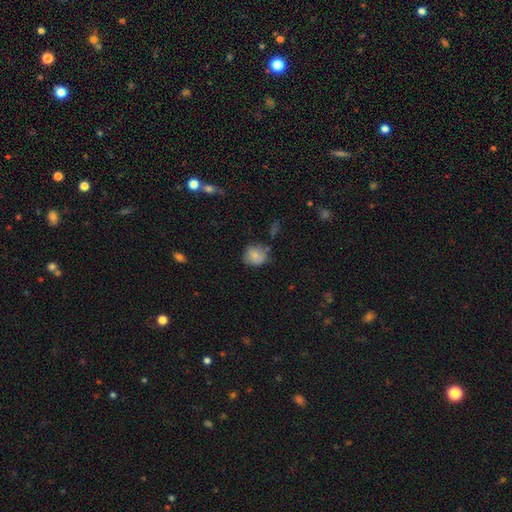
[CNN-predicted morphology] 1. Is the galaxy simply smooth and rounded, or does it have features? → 81% smooth, 10% featured or disk, 9% star or artifact.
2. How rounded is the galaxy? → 72% round, 27% in between, 1% cigar-shaped.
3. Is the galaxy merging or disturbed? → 65% none, 24% minor disturbance, 6% major disturbance, 5% merger.